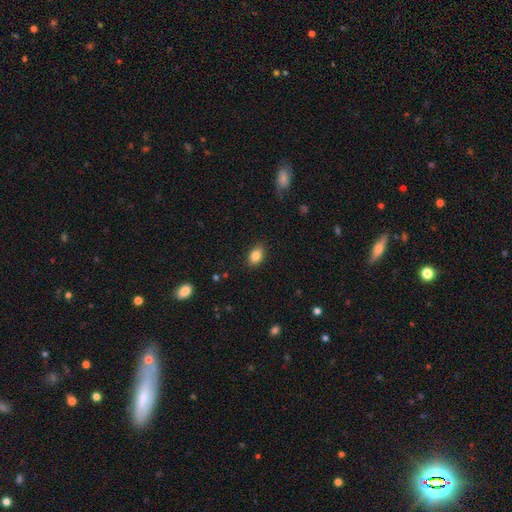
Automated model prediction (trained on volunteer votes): smooth_or_featured: smooth (p=0.85) [alt: star or artifact p=0.09]
how_rounded: in between (p=0.83) [alt: round p=0.16]
merging: none (p=0.86) [alt: minor disturbance p=0.11]